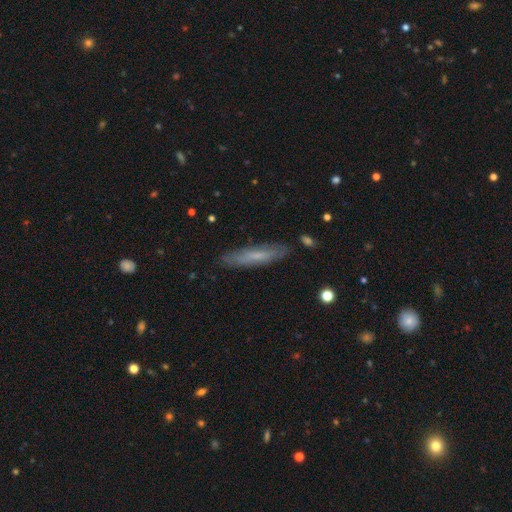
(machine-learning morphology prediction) A smooth galaxy with no disk features (57%) that is cigar-shaped (84%).

Vote fractions:
- Smooth or featured? smooth: 57% / featured or disk: 36% / star or artifact: 7%
- How rounded? cigar-shaped: 84% / in between: 14% / round: 1%
- Merging? none: 84% / minor disturbance: 12% / major disturbance: 2% / merger: 2%